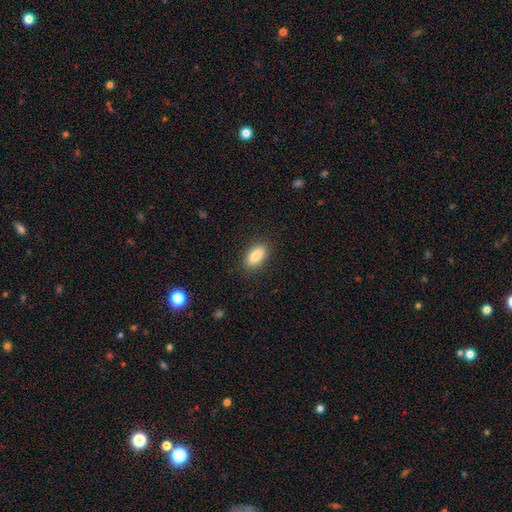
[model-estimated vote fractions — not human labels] A smooth galaxy with no disk features (86%) that is in between round and cigar-shaped (85%). Merging: none (88%).